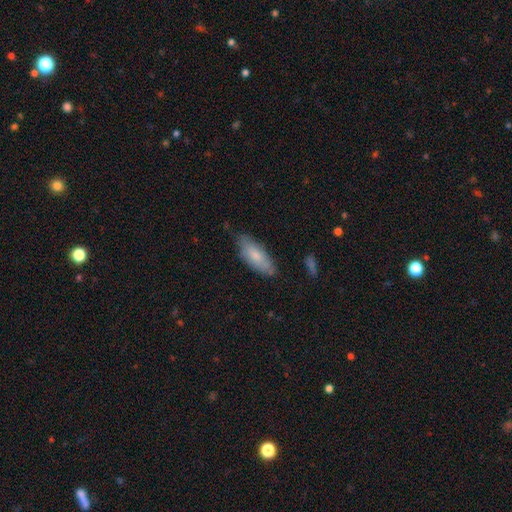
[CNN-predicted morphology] Overall: smooth (74%). How rounded: in between (74%). Merging: none (72%).